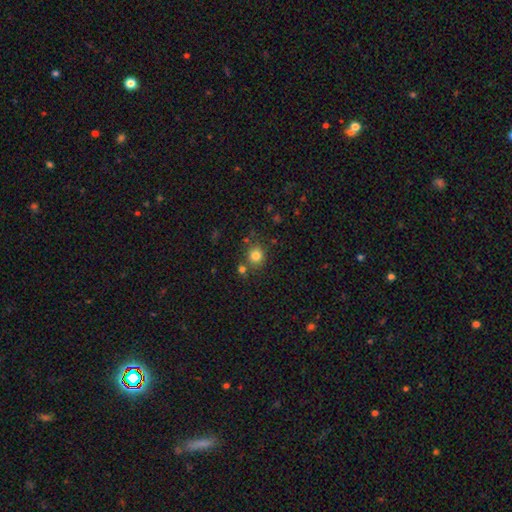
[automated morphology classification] type=smooth (81%); roundness=round (83%); merging=none (73%).